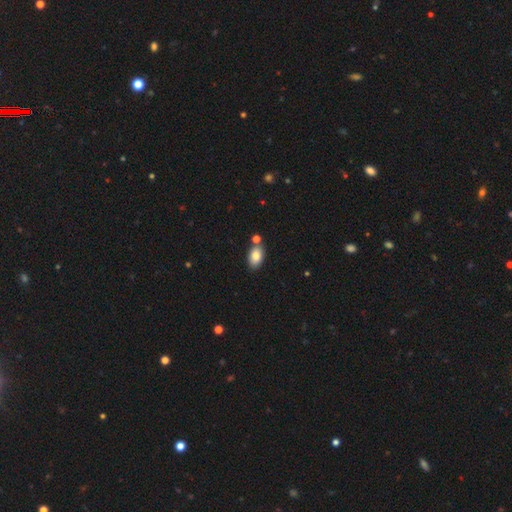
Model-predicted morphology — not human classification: smooth-or-featured: smooth: 83% | featured or disk: 9% | star or artifact: 8%
  how-rounded: in between: 90% | round: 8% | cigar-shaped: 2%
  merging: none: 70% | merger: 15% | minor disturbance: 12% | major disturbance: 3%